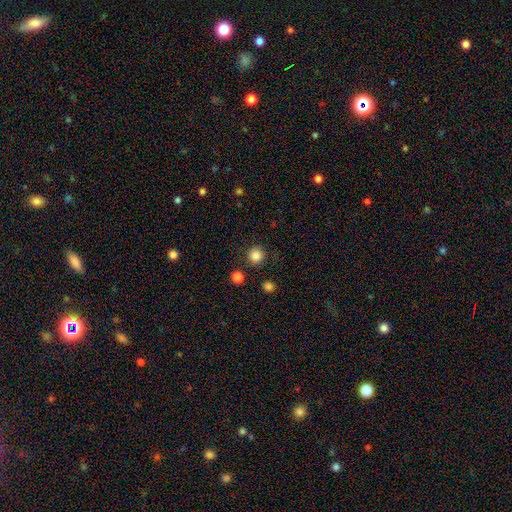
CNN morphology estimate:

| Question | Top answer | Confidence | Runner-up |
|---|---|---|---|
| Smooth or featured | smooth | 84% | star or artifact (12%) |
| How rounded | round | 95% | in between (4%) |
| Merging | none | 89% | minor disturbance (6%) |